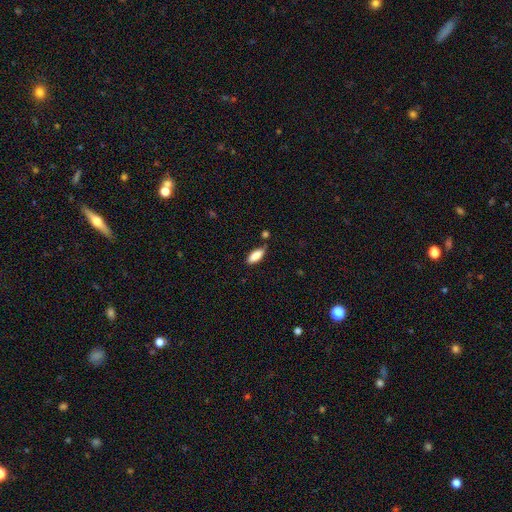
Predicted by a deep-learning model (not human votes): Overall: smooth (87%). How rounded: in between (78%). Merging: none (73%).